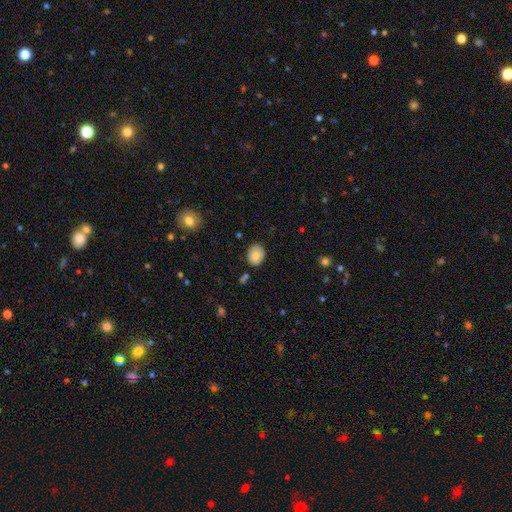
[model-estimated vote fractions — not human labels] smooth 80%, featured or disk 12%, star or artifact 8%. Down the decision tree: how rounded — in between (61%); merging — none (79%).